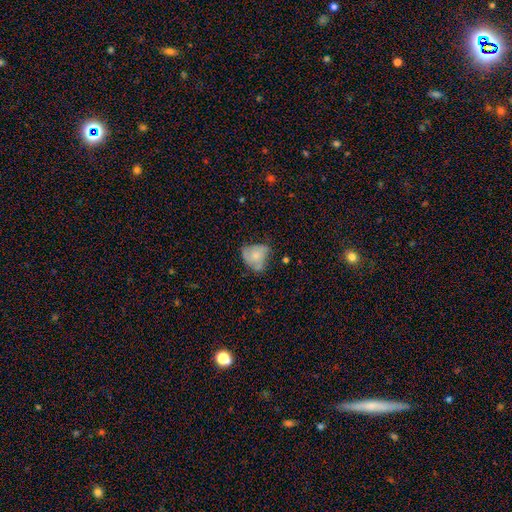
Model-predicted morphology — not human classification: Smooth or featured? featured or disk (48%)
Merging? none (41%)